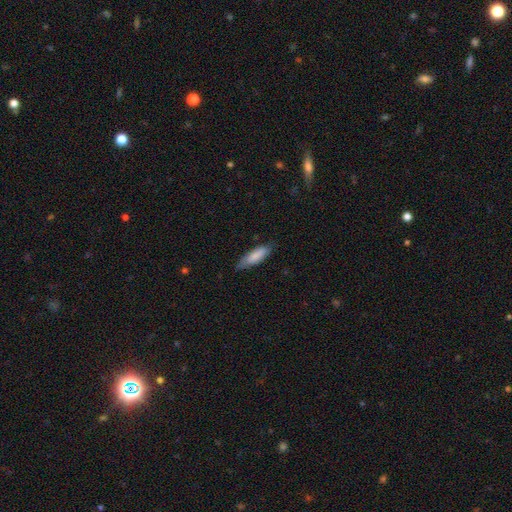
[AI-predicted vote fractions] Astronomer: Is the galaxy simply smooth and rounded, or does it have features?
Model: smooth — 79%.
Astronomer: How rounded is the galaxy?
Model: in between — 52% (runner-up: cigar-shaped, 47%).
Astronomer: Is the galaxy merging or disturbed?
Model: none — 73%.